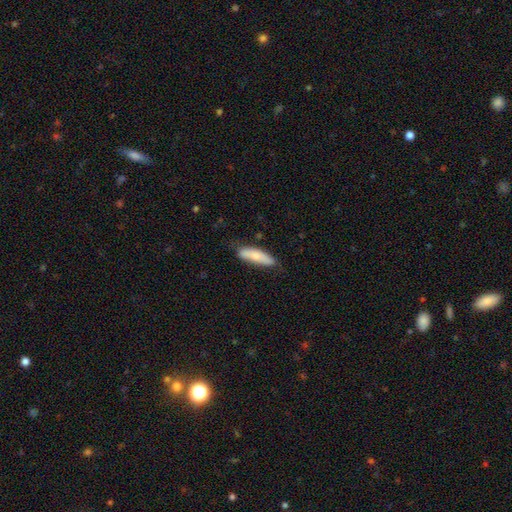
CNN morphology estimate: This is likely a smooth galaxy (73%). How rounded: likely cigar-shaped (63%). Merging: likely none (70%).